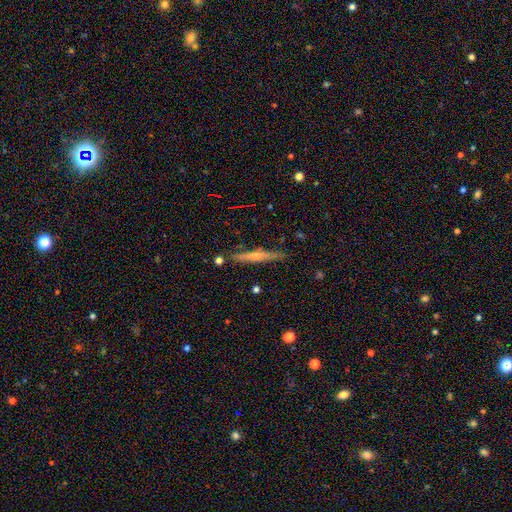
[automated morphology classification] This appears to be a featured or disk galaxy (59%) viewed edge-on (96%) with a rounded central bulge (60%). Merging: none (86%).